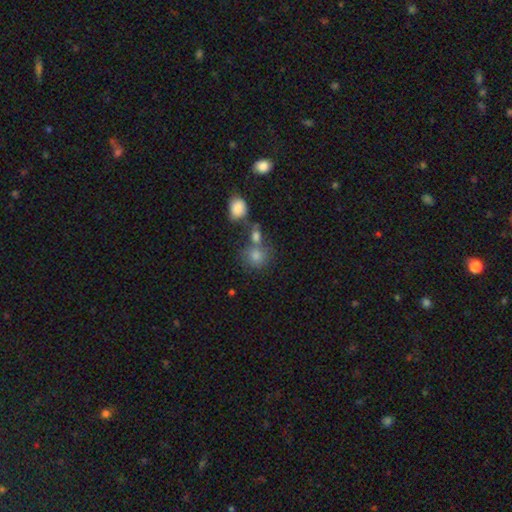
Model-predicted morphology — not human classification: Smooth or featured? smooth (78%)
How rounded? round (76%)
Merging? none (51%)